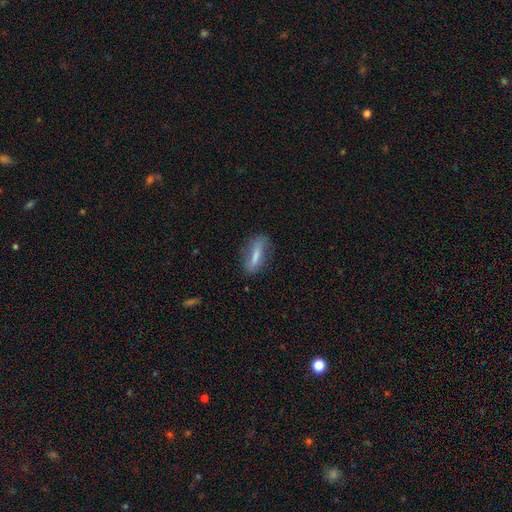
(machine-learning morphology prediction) Smooth or featured?
  - smooth: 61% *
  - featured or disk: 31%
  - star or artifact: 8%
How rounded?
  - cigar-shaped: 57% *
  - in between: 40%
  - round: 3%
Merging?
  - none: 73% *
  - minor disturbance: 19%
  - major disturbance: 7%
  - merger: 2%